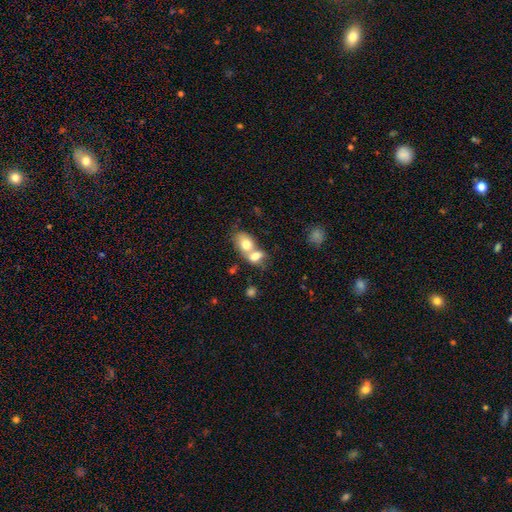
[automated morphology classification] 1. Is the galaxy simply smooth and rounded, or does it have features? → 73% smooth, 19% featured or disk, 8% star or artifact.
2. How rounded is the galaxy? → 73% in between, 25% round, 2% cigar-shaped.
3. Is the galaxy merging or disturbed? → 73% merger, 17% none, 6% minor disturbance, 4% major disturbance.